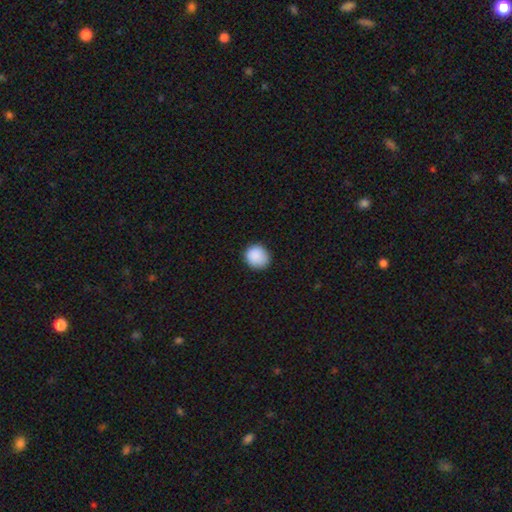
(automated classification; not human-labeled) Smooth or featured? Predicted: smooth (p=0.89). How rounded? Predicted: round (p=0.86). Merging? Predicted: none (p=0.86).